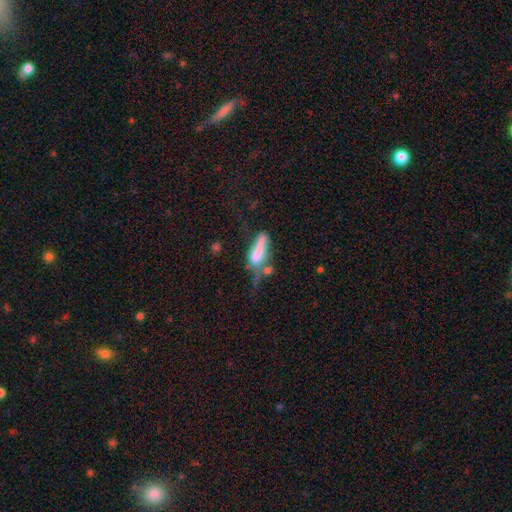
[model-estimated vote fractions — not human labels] Morphology: type=smooth (65%); roundness=cigar-shaped (52%); merging=major disturbance (33%).